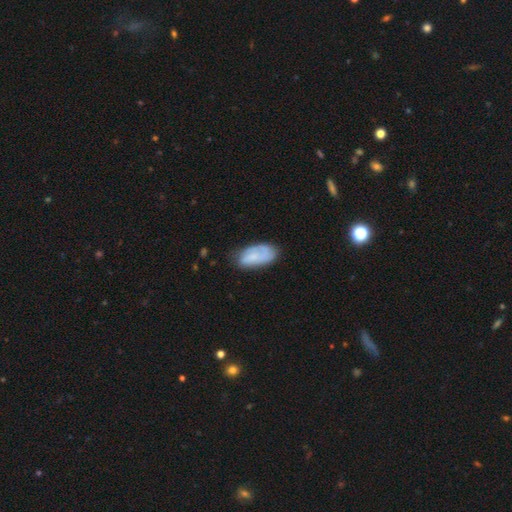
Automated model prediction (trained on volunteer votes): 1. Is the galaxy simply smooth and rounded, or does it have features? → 62% smooth, 31% featured or disk, 7% star or artifact.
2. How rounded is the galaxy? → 90% in between, 7% cigar-shaped, 3% round.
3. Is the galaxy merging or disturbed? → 61% none, 28% minor disturbance, 9% major disturbance, 2% merger.